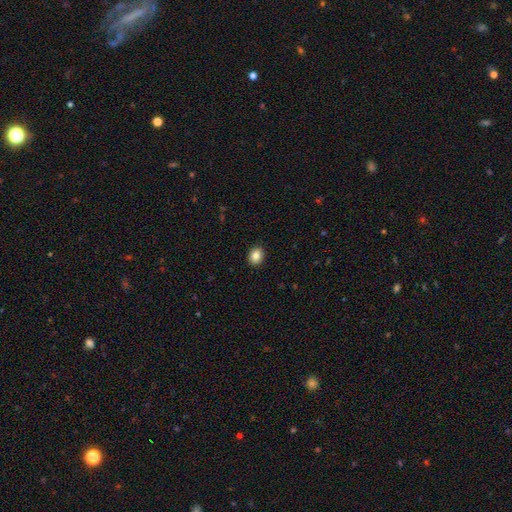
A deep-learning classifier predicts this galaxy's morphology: smooth-or-featured: smooth: 85% | star or artifact: 9% | featured or disk: 6%
  how-rounded: round: 53% | in between: 46% | cigar-shaped: 1%
  merging: none: 91% | minor disturbance: 7% | major disturbance: 2% | merger: 1%